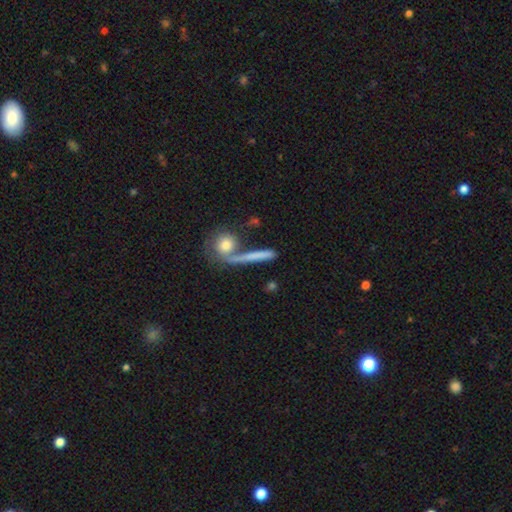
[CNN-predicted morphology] Smooth or featured: smooth — 62% (featured or disk — 29%)
How rounded: cigar-shaped — 77% (in between — 12%)
Merging: none — 60% (merger — 21%)